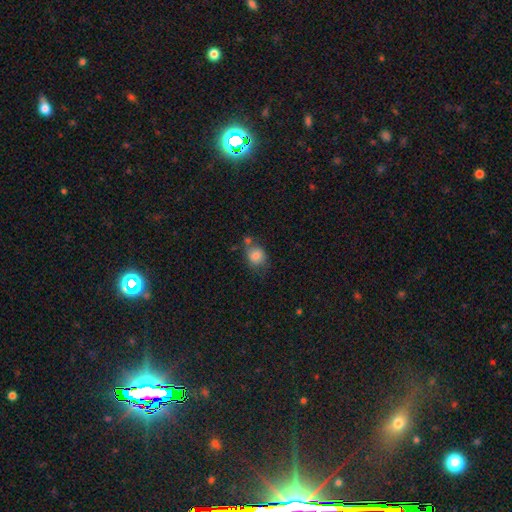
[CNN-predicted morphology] This is clearly a smooth galaxy (80%). How rounded: likely round (67%). Merging: possibly none (51%).